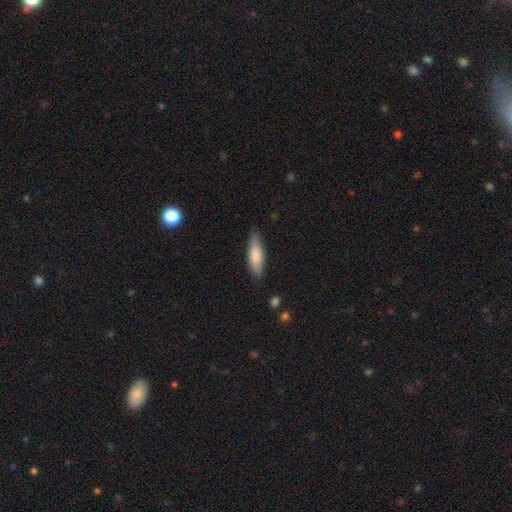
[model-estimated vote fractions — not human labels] smooth_or_featured: smooth (p=0.79) [alt: featured or disk p=0.16]
how_rounded: cigar-shaped (p=0.54) [alt: in between p=0.45]
merging: none (p=0.82) [alt: minor disturbance p=0.15]